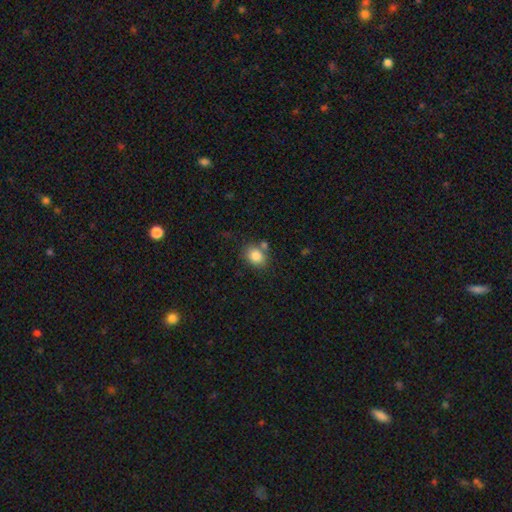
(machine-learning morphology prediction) This is clearly a smooth galaxy (83%). How rounded: possibly in between (51%). Merging: likely none (67%).